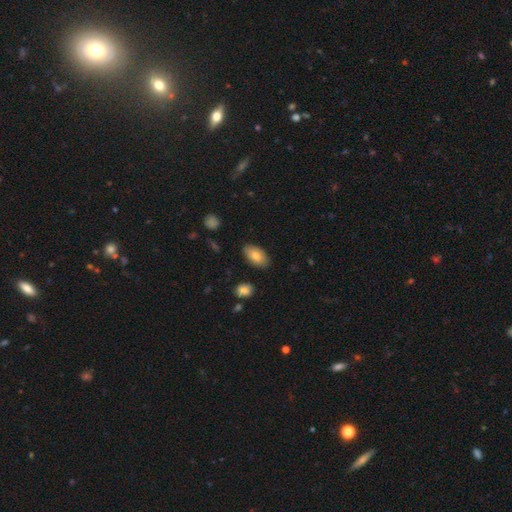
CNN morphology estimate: Q: Smooth or featured?
A: smooth (79%); runner-up: featured or disk (14%)
Q: How rounded?
A: in between (94%); runner-up: round (4%)
Q: Merging?
A: none (84%); runner-up: minor disturbance (13%)